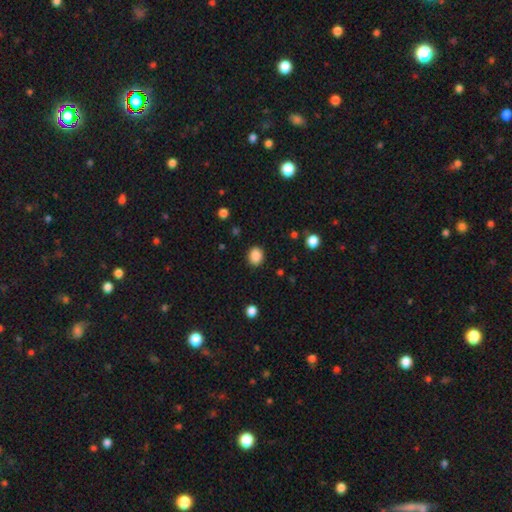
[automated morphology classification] type=smooth (87%); roundness=round (61%); merging=none (87%).